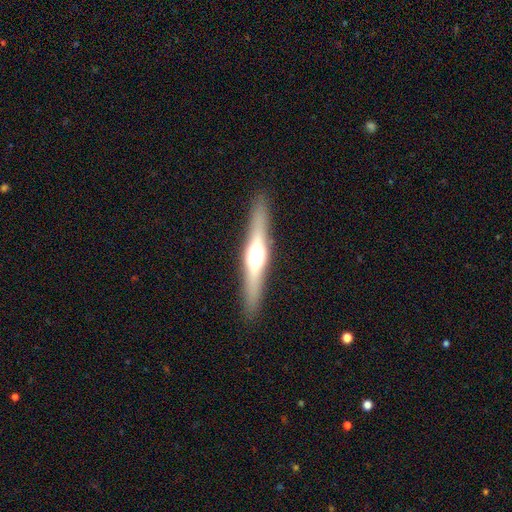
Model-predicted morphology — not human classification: Smooth or featured: featured or disk — 66% (smooth — 28%)
Edge-on disk: yes — 96% (no — 4%)
Edge-on bulge: rounded — 91% (boxy — 5%)
Merging: none — 90% (minor disturbance — 7%)